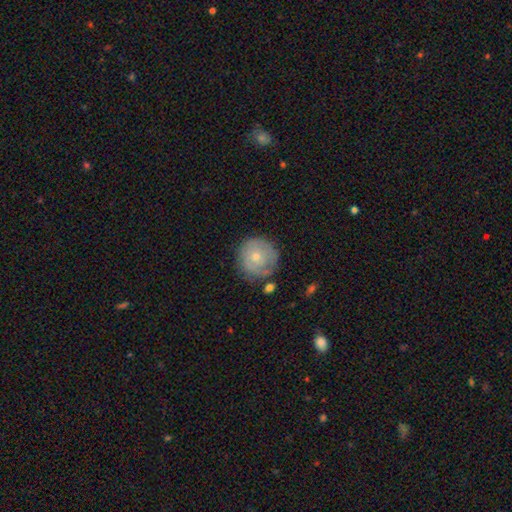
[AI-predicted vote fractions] Smooth or featured?
  - smooth: 48% *
  - featured or disk: 43%
  - star or artifact: 9%
Merging?
  - none: 77% *
  - minor disturbance: 16%
  - major disturbance: 4%
  - merger: 3%